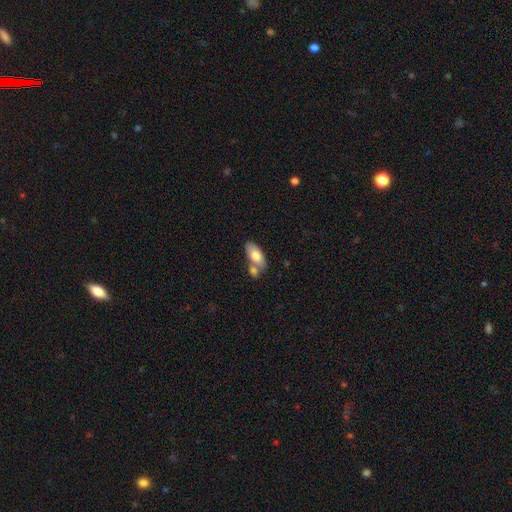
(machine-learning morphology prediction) Smooth or featured? Predicted: smooth (p=0.74). How rounded? Predicted: in between (p=0.89). Merging? Predicted: none (p=0.49).